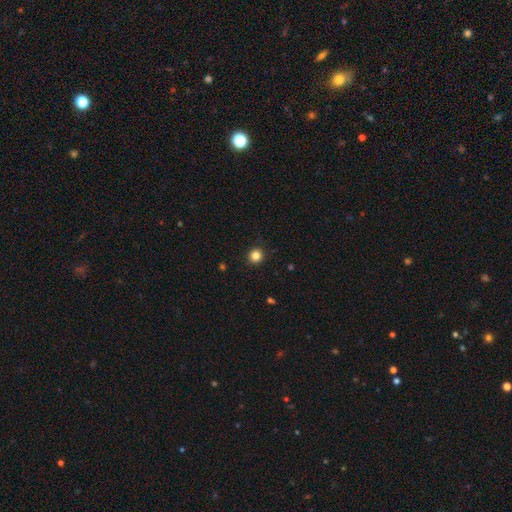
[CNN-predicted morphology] A smooth galaxy with no disk features (84%) that is round (94%).

Vote fractions:
- Smooth or featured? smooth: 84% / star or artifact: 12% / featured or disk: 4%
- How rounded? round: 94% / in between: 5% / cigar-shaped: 1%
- Merging? none: 92% / minor disturbance: 5% / major disturbance: 2% / merger: 1%